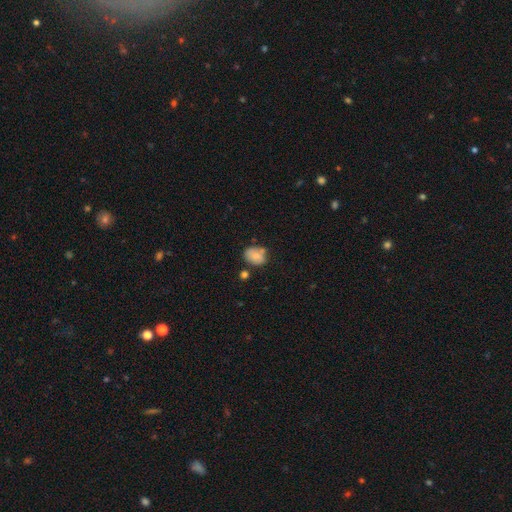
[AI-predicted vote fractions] Smooth or featured: smooth — 77% (featured or disk — 14%)
How rounded: in between — 63% (round — 36%)
Merging: none — 61% (minor disturbance — 21%)